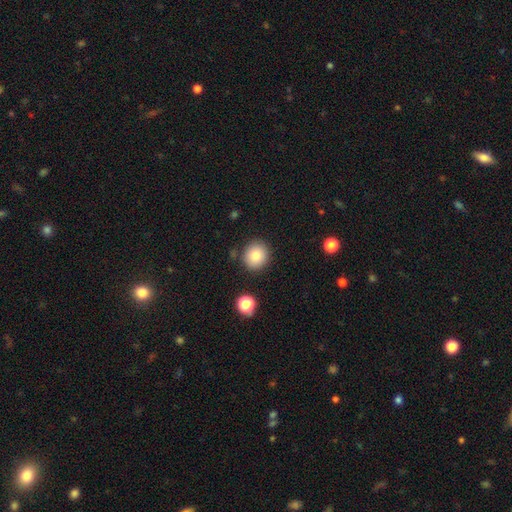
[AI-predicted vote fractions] A smooth galaxy with no disk features (83%) that is round (86%). Merging: none (86%).